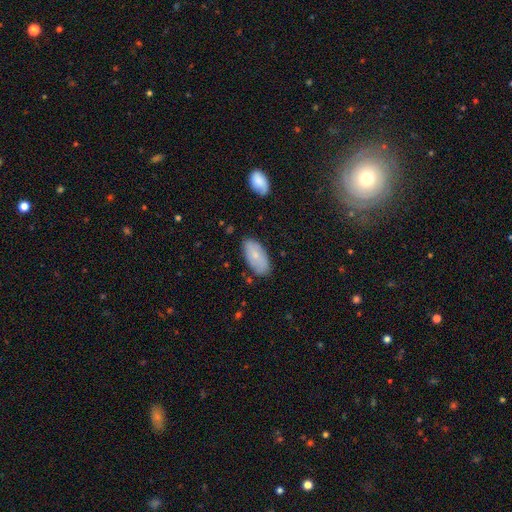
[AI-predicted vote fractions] Smooth or featured? smooth (70%)
How rounded? in between (93%)
Merging? none (77%)